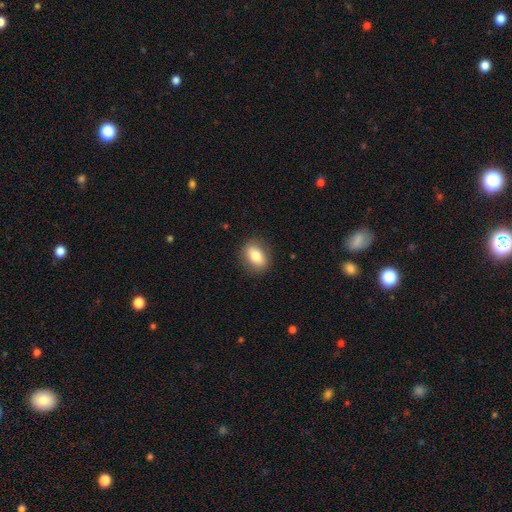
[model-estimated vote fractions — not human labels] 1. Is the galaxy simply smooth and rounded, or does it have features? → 80% smooth, 12% featured or disk, 8% star or artifact.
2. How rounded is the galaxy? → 79% in between, 18% round, 3% cigar-shaped.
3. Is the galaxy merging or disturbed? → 86% none, 11% minor disturbance, 3% major disturbance, 1% merger.